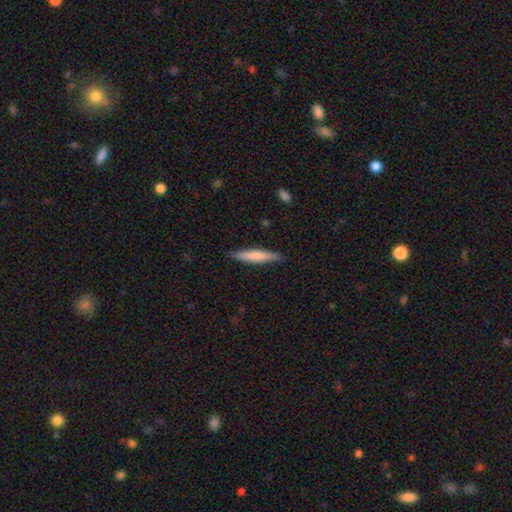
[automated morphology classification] This is likely a smooth galaxy (69%). How rounded: clearly cigar-shaped (91%). Merging: clearly none (88%).